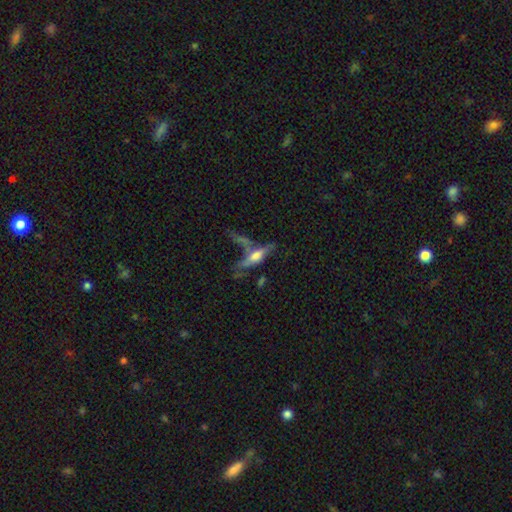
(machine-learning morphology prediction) Smooth or featured?
  - featured or disk: 53% *
  - smooth: 37%
  - star or artifact: 10%
Edge-on disk?
  - yes: 70% *
  - no: 30%
Merging?
  - none: 35% *
  - major disturbance: 24%
  - merger: 24%
  - minor disturbance: 17%